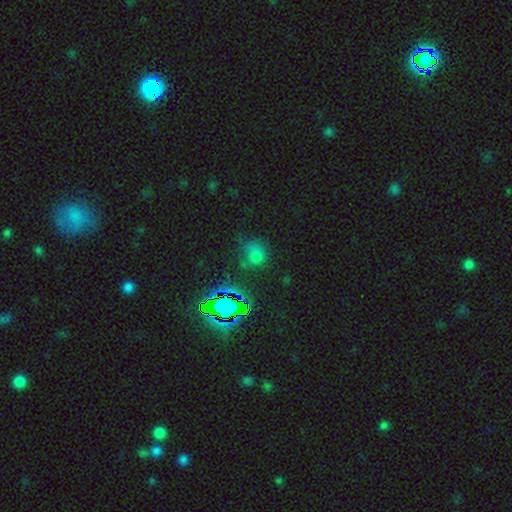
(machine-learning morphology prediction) A smooth galaxy with no disk features (53%) that is round (74%). Merging: none (63%).